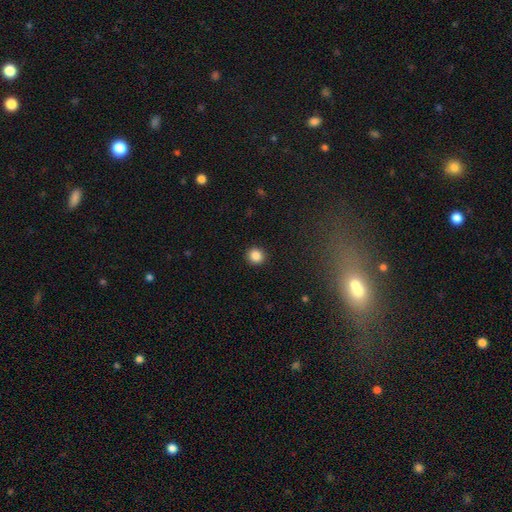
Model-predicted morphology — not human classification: A smooth galaxy with no disk features (86%) that is round (91%). Merging: none (93%).